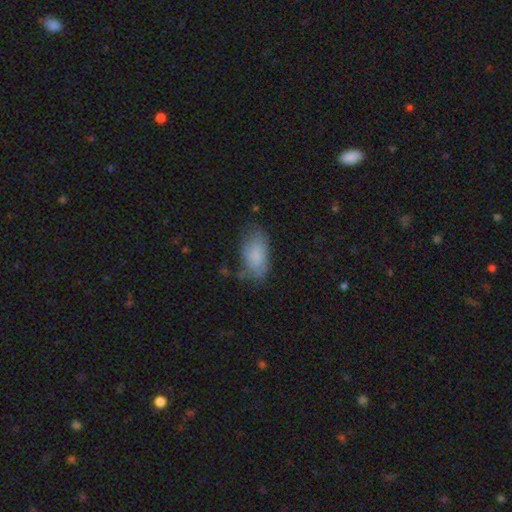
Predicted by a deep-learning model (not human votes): Smooth or featured?
  - smooth: 78% *
  - featured or disk: 15%
  - star or artifact: 8%
How rounded?
  - in between: 93% *
  - round: 4%
  - cigar-shaped: 3%
Merging?
  - none: 58% *
  - minor disturbance: 29%
  - major disturbance: 10%
  - merger: 3%